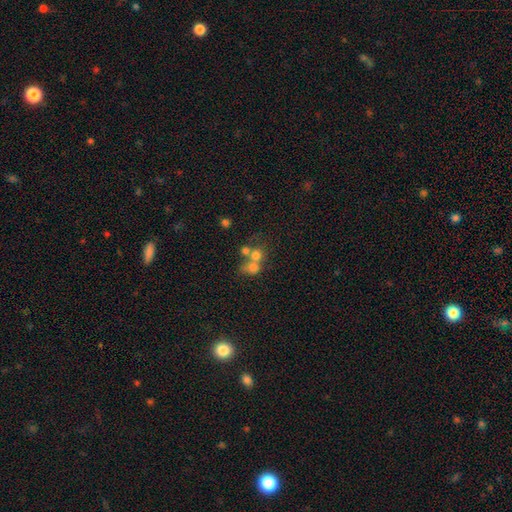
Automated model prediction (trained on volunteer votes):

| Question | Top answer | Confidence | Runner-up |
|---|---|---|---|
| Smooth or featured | smooth | 66% | featured or disk (19%) |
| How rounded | round | 76% | in between (23%) |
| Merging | merger | 56% | none (31%) |